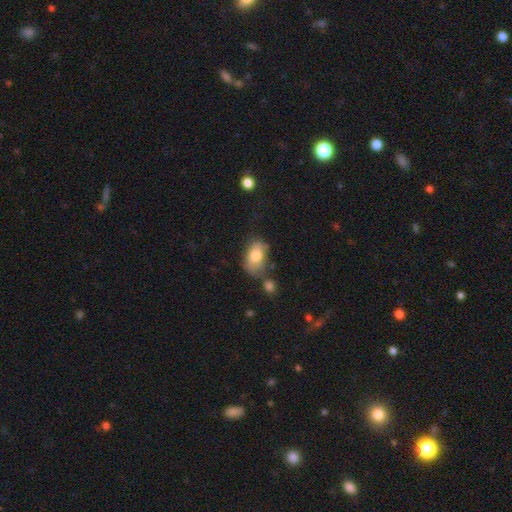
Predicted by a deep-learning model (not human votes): This is likely a smooth galaxy (76%). How rounded: clearly in between (90%). Merging: possibly none (51%).